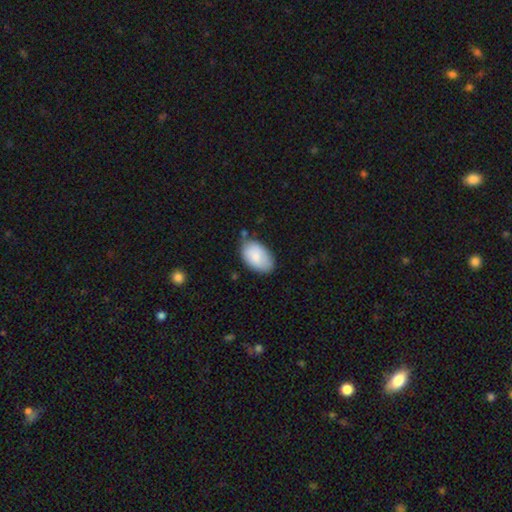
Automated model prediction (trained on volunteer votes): A smooth galaxy with no disk features (83%) that is in between round and cigar-shaped (94%). Merging: none (70%).